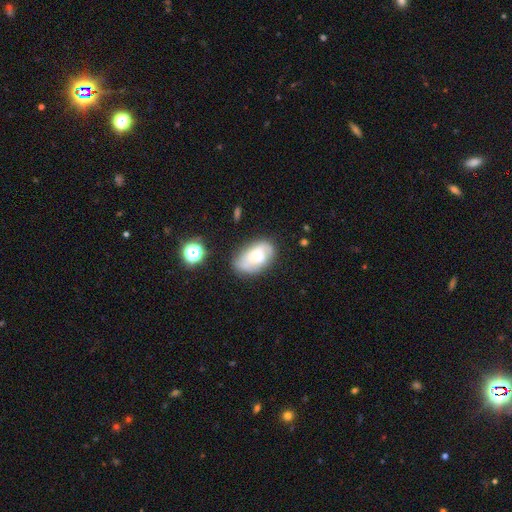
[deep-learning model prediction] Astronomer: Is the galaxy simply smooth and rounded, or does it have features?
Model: featured or disk — 50% (runner-up: smooth, 41%).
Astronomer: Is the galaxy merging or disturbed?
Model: none — 64%.